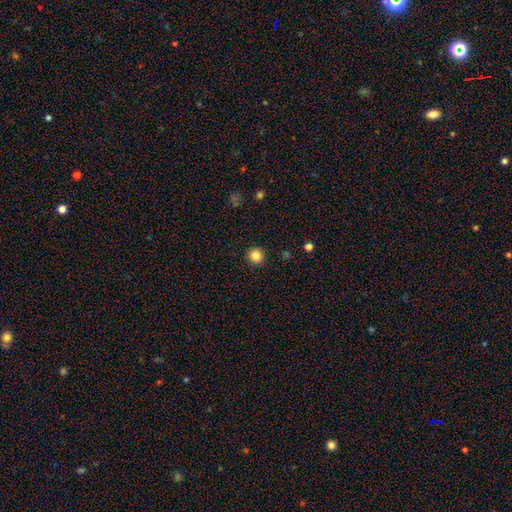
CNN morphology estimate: The model was most divided on "smooth or featured": smooth: 84%, star or artifact: 11%, featured or disk: 5%. More confident: how rounded — round (93%); merging — none (92%).